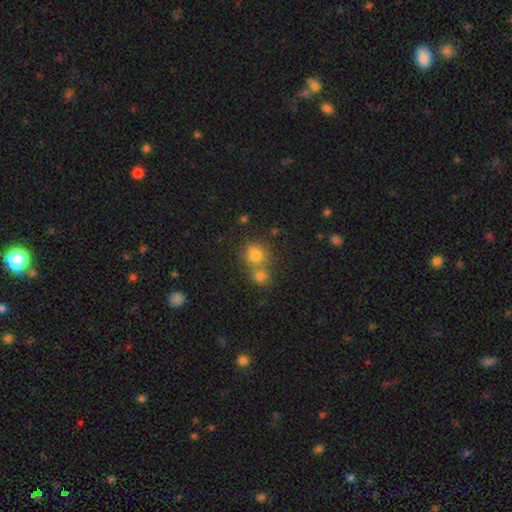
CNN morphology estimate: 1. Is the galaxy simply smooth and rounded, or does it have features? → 74% smooth, 16% star or artifact, 10% featured or disk.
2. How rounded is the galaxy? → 81% round, 18% in between, 1% cigar-shaped.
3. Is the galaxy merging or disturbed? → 45% none, 44% merger, 7% minor disturbance, 3% major disturbance.